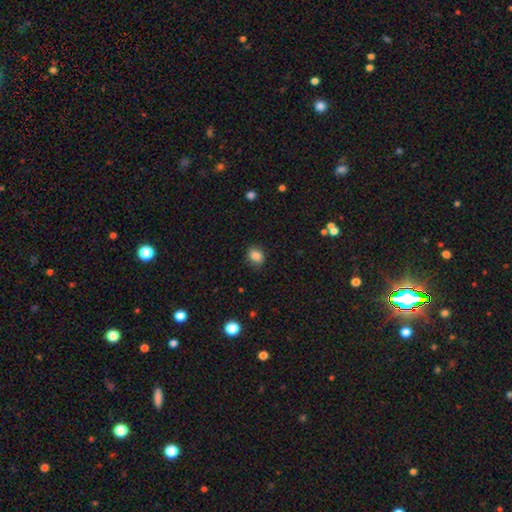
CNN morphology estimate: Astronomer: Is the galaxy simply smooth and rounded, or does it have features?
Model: smooth — 85%.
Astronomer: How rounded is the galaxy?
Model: round — 55% (runner-up: in between, 44%).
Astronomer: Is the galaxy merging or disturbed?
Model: none — 83%.